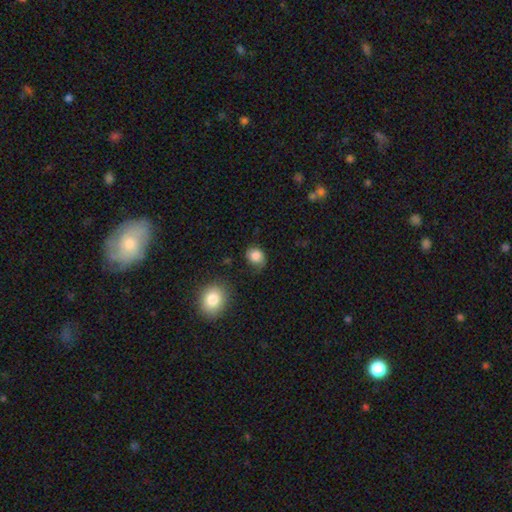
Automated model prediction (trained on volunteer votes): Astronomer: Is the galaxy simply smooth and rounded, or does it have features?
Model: smooth — 85%.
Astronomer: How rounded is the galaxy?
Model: round — 59% (runner-up: in between, 40%).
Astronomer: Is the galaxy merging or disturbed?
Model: none — 62%.